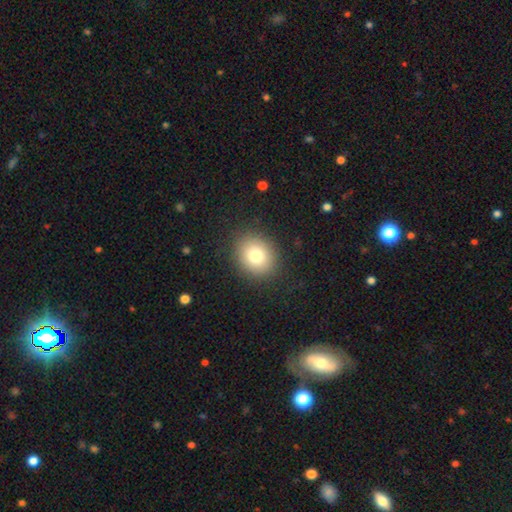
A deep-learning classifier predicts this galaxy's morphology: smooth-or-featured: smooth: 77% | star or artifact: 12% | featured or disk: 11%
  how-rounded: round: 75% | in between: 24% | cigar-shaped: 1%
  merging: none: 88% | minor disturbance: 8% | major disturbance: 3% | merger: 1%